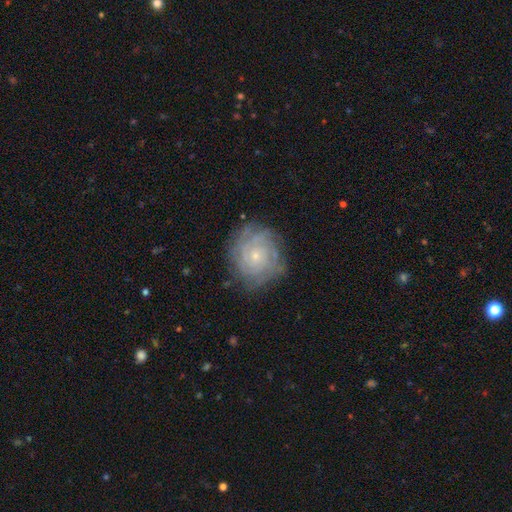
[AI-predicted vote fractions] featured or disk 78%, smooth 14%, star or artifact 8%. Down the decision tree: edge-on disk — no (97%); bar — no (82%); spiral arms — yes (94%); spiral arm count — can't tell (40%); spiral winding — tight (78%); bulge size — small (81%); merging — none (77%).